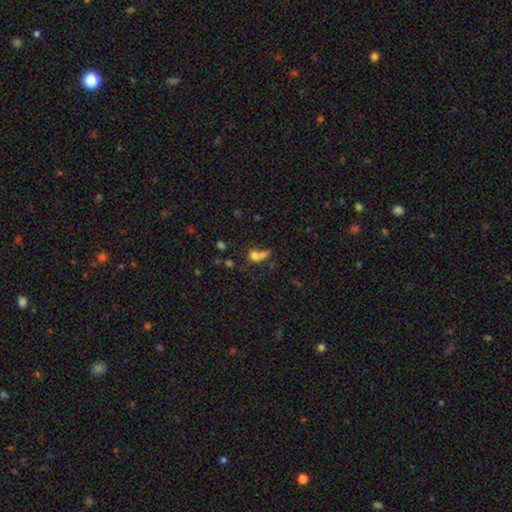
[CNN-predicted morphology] Smooth or featured? smooth (71%)
How rounded? round (66%)
Merging? merger (55%)